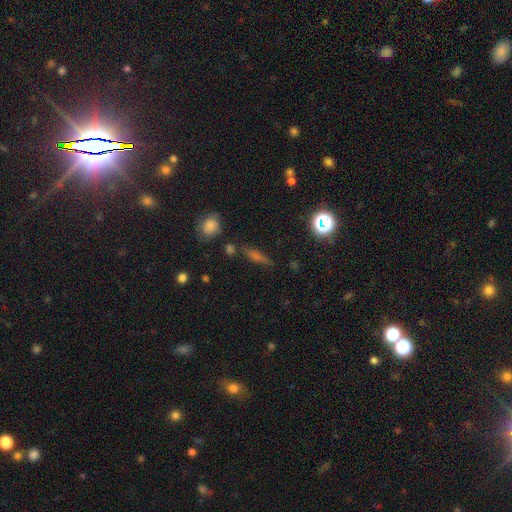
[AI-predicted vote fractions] Smooth or featured?
  - smooth: 42% *
  - featured or disk: 31%
  - star or artifact: 27%
Merging?
  - none: 80% *
  - minor disturbance: 12%
  - merger: 5%
  - major disturbance: 4%